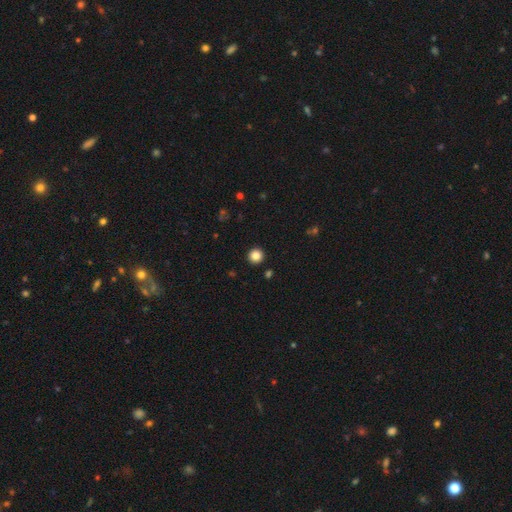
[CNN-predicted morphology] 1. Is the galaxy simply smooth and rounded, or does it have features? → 85% smooth, 11% star or artifact, 4% featured or disk.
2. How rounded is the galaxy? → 95% round, 4% in between, 1% cigar-shaped.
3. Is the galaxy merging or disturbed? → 93% none, 4% minor disturbance, 1% major disturbance, 1% merger.